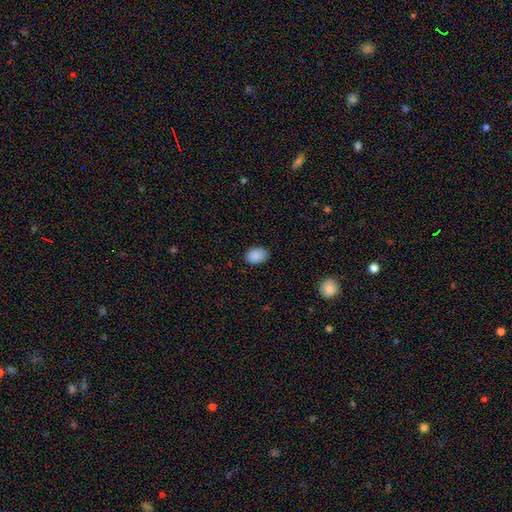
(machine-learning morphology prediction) Smooth or featured? smooth (89%)
How rounded? in between (78%)
Merging? none (83%)